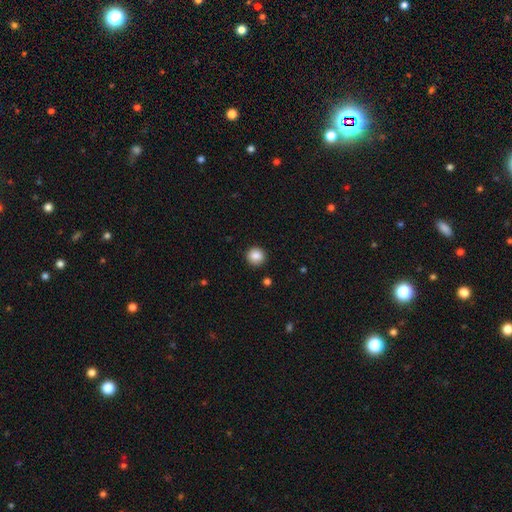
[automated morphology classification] smooth-or-featured: smooth: 87% | star or artifact: 9% | featured or disk: 4%
  how-rounded: round: 94% | in between: 5% | cigar-shaped: 1%
  merging: none: 92% | minor disturbance: 5% | major disturbance: 2% | merger: 1%